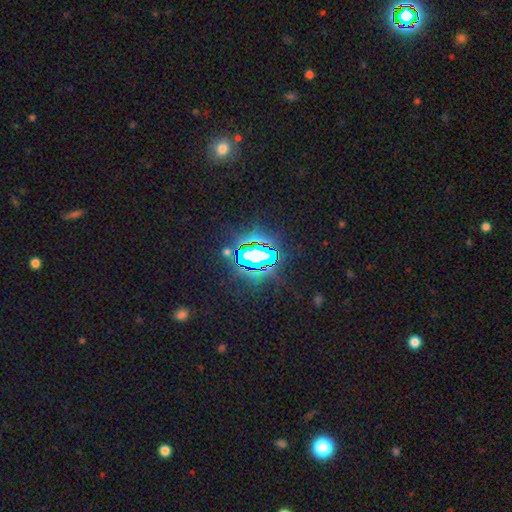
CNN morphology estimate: Q: Smooth or featured?
A: star or artifact (77%); runner-up: smooth (13%)